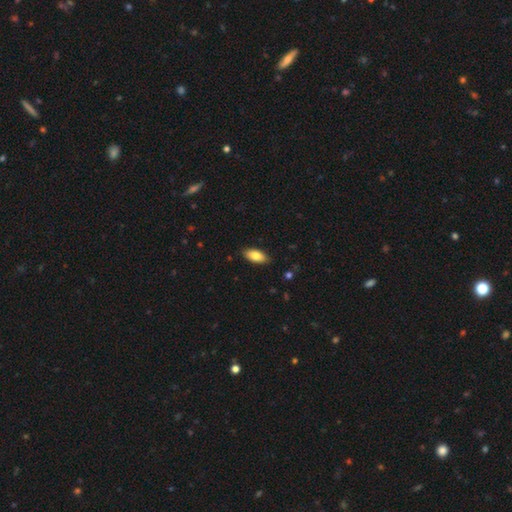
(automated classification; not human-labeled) Q: Smooth or featured?
A: smooth (82%); runner-up: featured or disk (12%)
Q: How rounded?
A: in between (89%); runner-up: cigar-shaped (9%)
Q: Merging?
A: none (88%); runner-up: minor disturbance (9%)